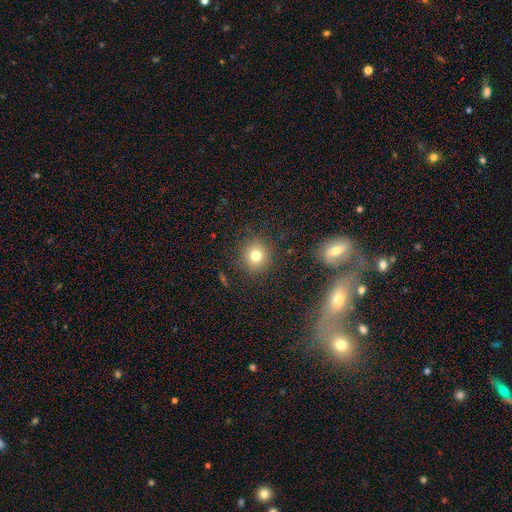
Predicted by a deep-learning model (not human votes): A smooth galaxy with no disk features (77%) that is round (88%). Merging: none (87%).